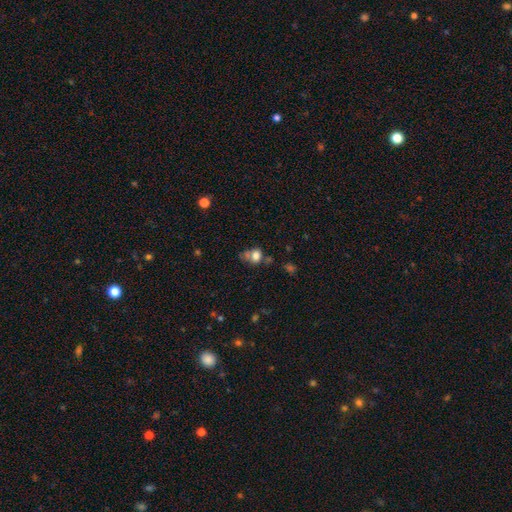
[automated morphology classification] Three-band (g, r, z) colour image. It shows a smooth galaxy with no disk features (72%) that is in between round and cigar-shaped (51%). Merging: none (33%).